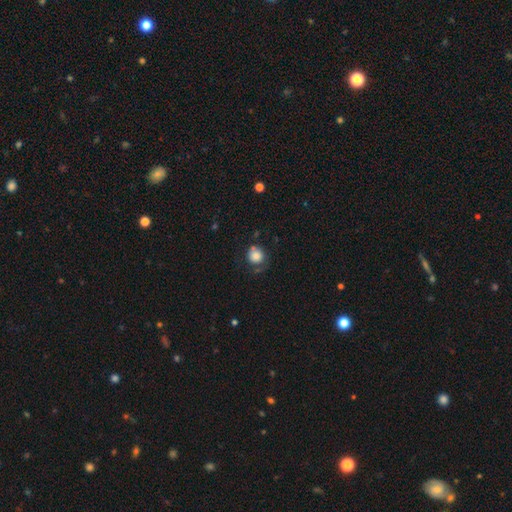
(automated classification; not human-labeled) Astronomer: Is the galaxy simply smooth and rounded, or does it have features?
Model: smooth — 80%.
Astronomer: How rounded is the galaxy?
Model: round — 87%.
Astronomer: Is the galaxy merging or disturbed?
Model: none — 57%.